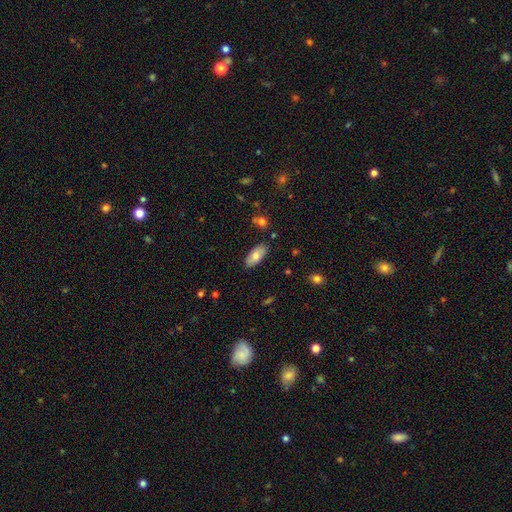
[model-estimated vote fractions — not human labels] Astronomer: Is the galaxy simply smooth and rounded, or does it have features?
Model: smooth — 77%.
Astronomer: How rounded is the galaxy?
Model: in between — 88%.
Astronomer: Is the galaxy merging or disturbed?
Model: none — 85%.